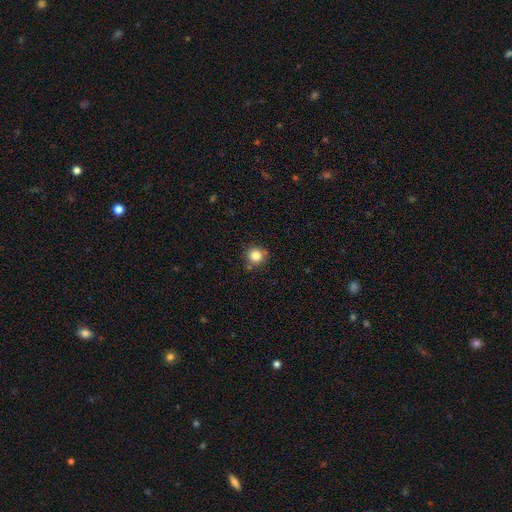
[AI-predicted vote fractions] Smooth or featured?
  - smooth: 84% *
  - star or artifact: 11%
  - featured or disk: 5%
How rounded?
  - round: 91% *
  - in between: 8%
  - cigar-shaped: 1%
Merging?
  - none: 81% *
  - minor disturbance: 13%
  - merger: 4%
  - major disturbance: 3%